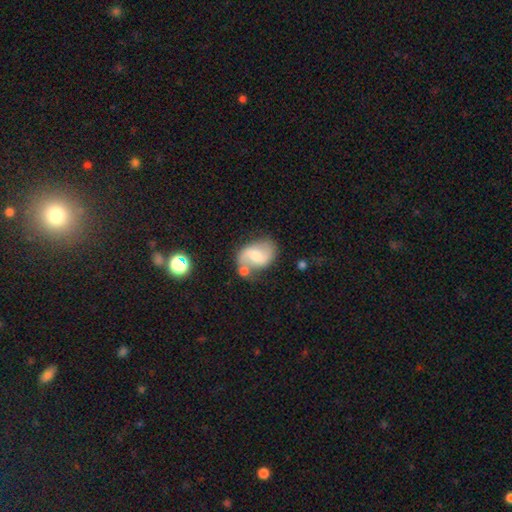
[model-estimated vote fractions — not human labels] Smooth or featured: featured or disk — 62% (smooth — 30%)
Edge-on disk: no — 97% (yes — 3%)
Bar: weak — 49% (no — 32%)
Spiral arms: yes — 87% (no — 13%)
Spiral winding: loose — 55% (medium — 35%)
Spiral arm count: 2 — 88% (can't tell — 6%)
Bulge size: moderate — 50% (small — 35%)
Merging: none — 55% (merger — 19%)